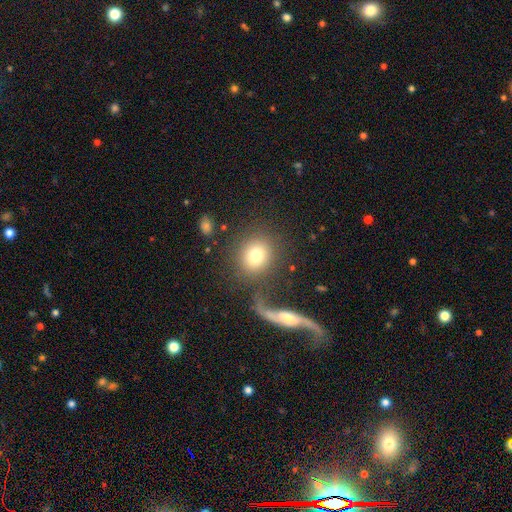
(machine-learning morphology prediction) type=smooth (77%); roundness=round (78%); merging=none (71%).